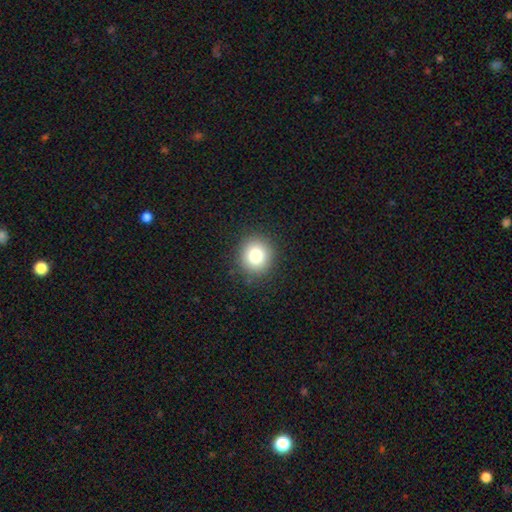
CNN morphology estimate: The model was most divided on "smooth or featured": smooth: 80%, star or artifact: 11%, featured or disk: 8%. More confident: merging — none (90%); how rounded — round (86%).